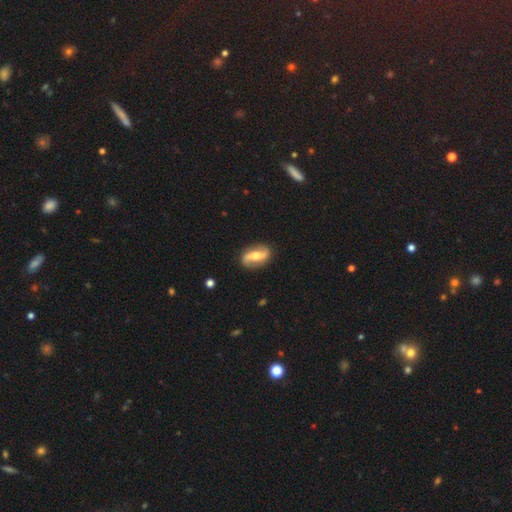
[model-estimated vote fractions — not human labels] Smooth or featured? featured or disk (79%)
Edge-on disk? no (94%)
Bar? strong (40%)
Spiral arms? yes (91%)
Spiral winding? loose (70%)
Spiral arm count? 2 (92%)
Bulge size? moderate (63%)
Merging? none (85%)